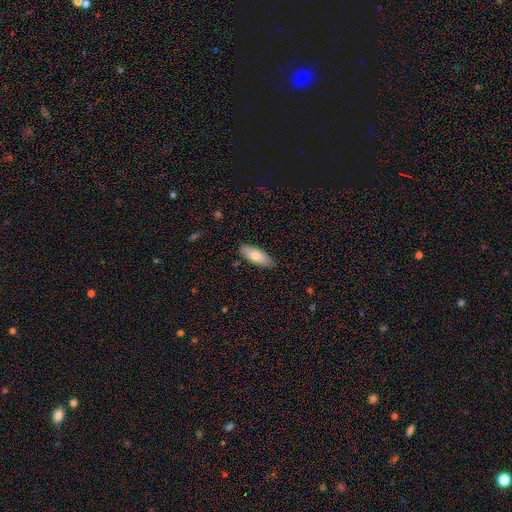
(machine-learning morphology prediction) Q: Smooth or featured?
A: smooth (76%); runner-up: featured or disk (18%)
Q: How rounded?
A: in between (75%); runner-up: cigar-shaped (23%)
Q: Merging?
A: none (85%); runner-up: minor disturbance (12%)